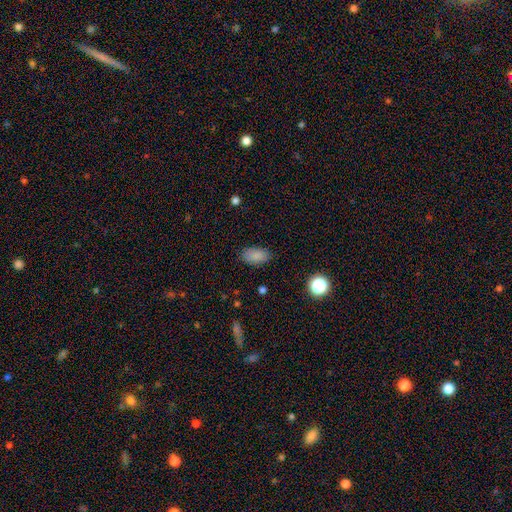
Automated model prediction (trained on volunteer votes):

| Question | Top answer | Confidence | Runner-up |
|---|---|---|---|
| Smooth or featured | smooth | 86% | star or artifact (9%) |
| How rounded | in between | 93% | round (5%) |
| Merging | none | 86% | minor disturbance (10%) |